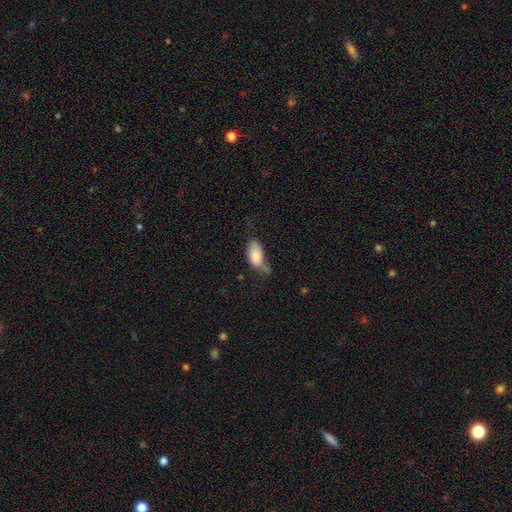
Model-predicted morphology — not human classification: Smooth or featured? Predicted: smooth (p=0.83). How rounded? Predicted: in between (p=0.93). Merging? Predicted: minor disturbance (p=0.37).